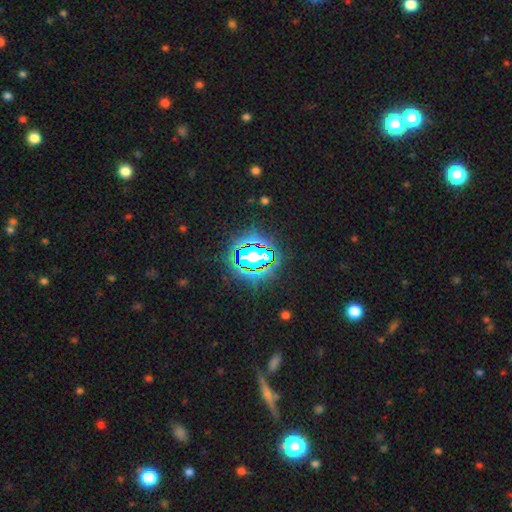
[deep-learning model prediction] Smooth or featured?
  - star or artifact: 79% *
  - smooth: 12%
  - featured or disk: 8%